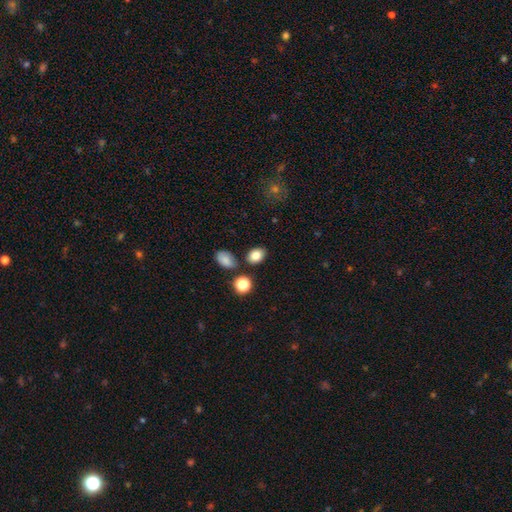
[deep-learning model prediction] Q: Smooth or featured?
A: smooth (82%); runner-up: star or artifact (10%)
Q: How rounded?
A: in between (73%); runner-up: round (25%)
Q: Merging?
A: none (79%); runner-up: minor disturbance (11%)